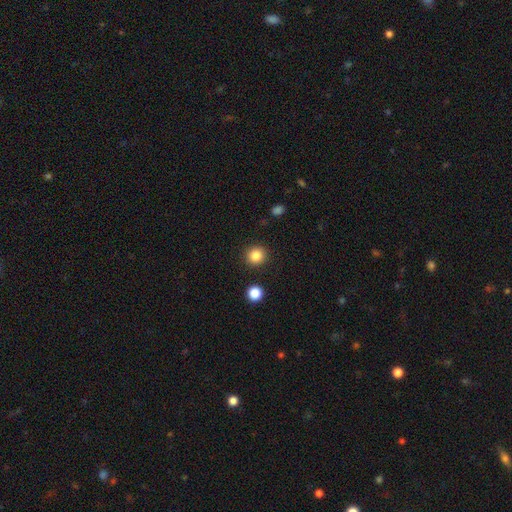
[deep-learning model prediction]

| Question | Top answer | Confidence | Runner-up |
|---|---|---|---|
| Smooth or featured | smooth | 85% | star or artifact (10%) |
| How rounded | round | 91% | in between (8%) |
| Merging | none | 91% | minor disturbance (5%) |